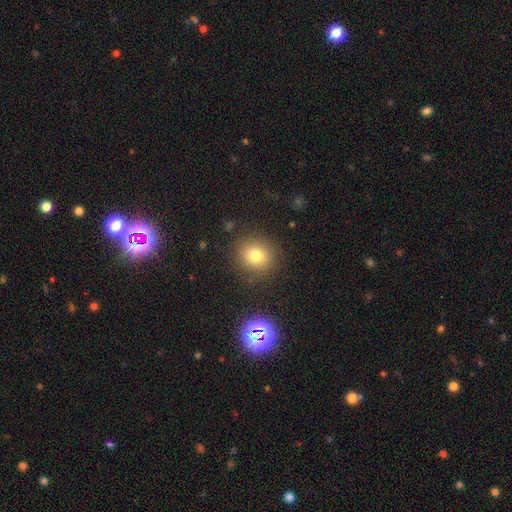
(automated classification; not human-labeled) Smooth or featured: smooth — 76% (star or artifact — 14%)
How rounded: round — 83% (in between — 16%)
Merging: none — 86% (minor disturbance — 8%)